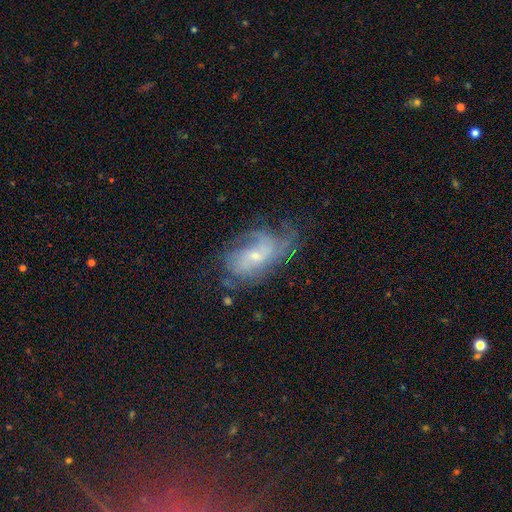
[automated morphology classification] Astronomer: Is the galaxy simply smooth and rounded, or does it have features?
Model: featured or disk — 73%.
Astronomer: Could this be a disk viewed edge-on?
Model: no — 95%.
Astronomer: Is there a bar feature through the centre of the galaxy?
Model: no — 60%.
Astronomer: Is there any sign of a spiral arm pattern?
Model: yes — 84%.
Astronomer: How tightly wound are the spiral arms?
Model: medium — 40% (runner-up: tight, 34%).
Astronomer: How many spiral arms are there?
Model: can't tell — 44% (runner-up: 2, 20%).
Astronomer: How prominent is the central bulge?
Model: small — 70%.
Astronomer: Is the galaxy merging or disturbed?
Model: none — 48% (runner-up: minor disturbance, 25%).